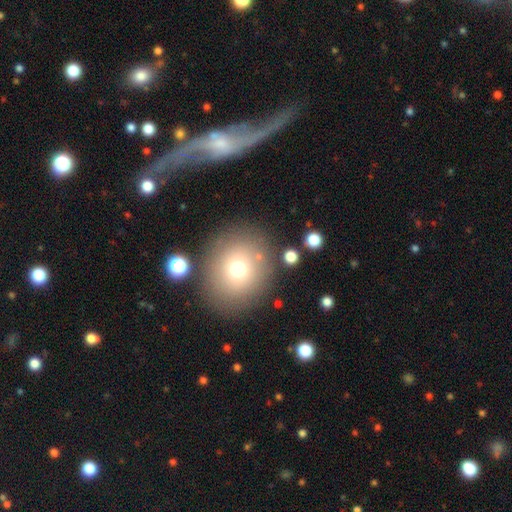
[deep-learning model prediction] Smooth or featured? Predicted: smooth (p=0.70). How rounded? Predicted: round (p=0.81). Merging? Predicted: none (p=0.78).